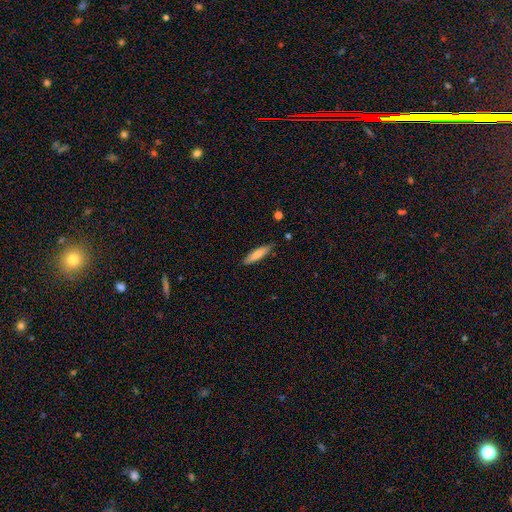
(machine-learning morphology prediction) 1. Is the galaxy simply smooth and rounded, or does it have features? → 74% smooth, 20% featured or disk, 6% star or artifact.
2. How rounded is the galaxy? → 77% cigar-shaped, 22% in between, 1% round.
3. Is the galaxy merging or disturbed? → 86% none, 11% minor disturbance, 2% major disturbance, 1% merger.